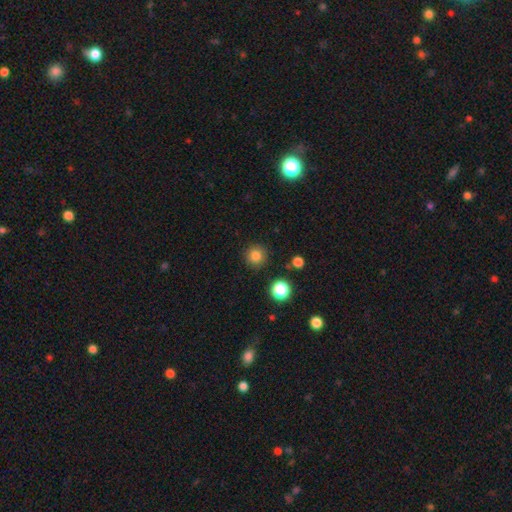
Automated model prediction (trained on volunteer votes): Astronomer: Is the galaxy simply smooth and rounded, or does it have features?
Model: smooth — 83%.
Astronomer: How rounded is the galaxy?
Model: round — 95%.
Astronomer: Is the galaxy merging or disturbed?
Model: none — 90%.